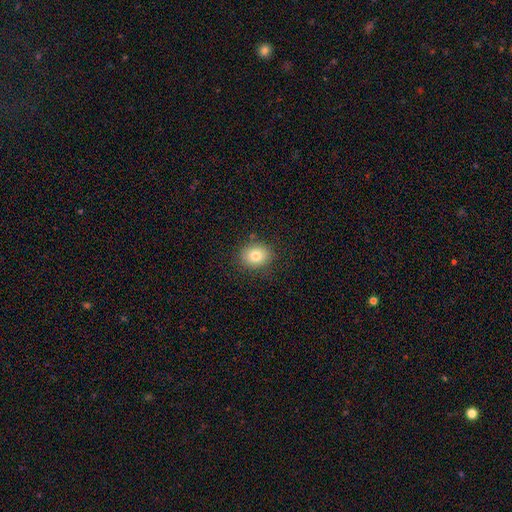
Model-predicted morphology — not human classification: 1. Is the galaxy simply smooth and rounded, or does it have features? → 81% smooth, 10% star or artifact, 9% featured or disk.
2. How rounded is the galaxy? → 63% round, 36% in between, 1% cigar-shaped.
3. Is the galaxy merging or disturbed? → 86% none, 10% minor disturbance, 3% major disturbance, 1% merger.